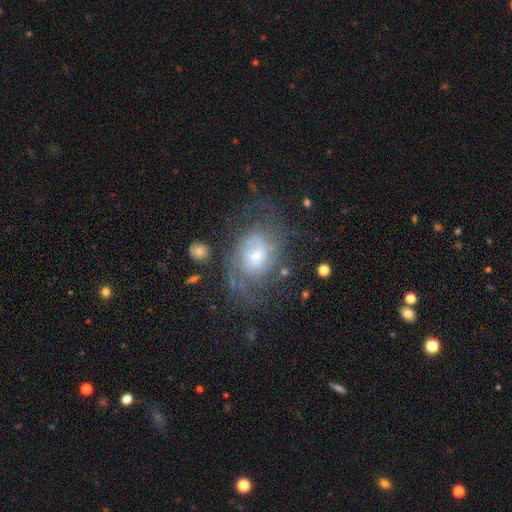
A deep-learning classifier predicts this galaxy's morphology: A featured or disk galaxy (75%) with no bar (62%), can't tell (36%, tied with 2) tight (44%) spiral arms (89%) and a moderate central bulge (46%). Merging: none (56%).